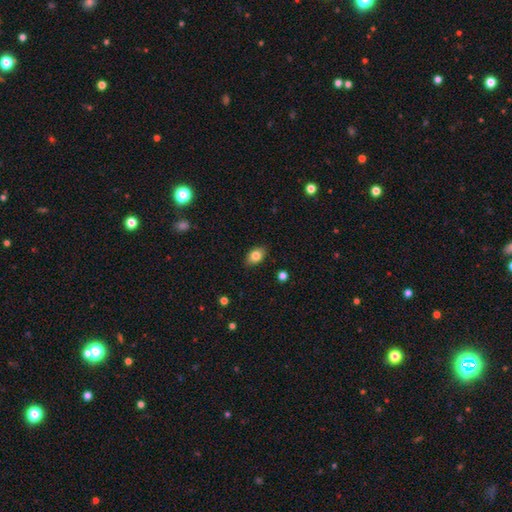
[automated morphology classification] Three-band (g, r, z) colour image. It shows a smooth galaxy with no disk features (81%) that is in between round and cigar-shaped (84%). Merging: none (86%).